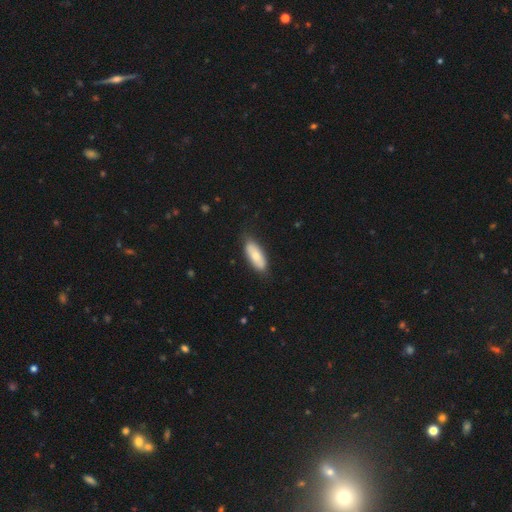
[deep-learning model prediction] Morphology: type=smooth (75%); roundness=in between (75%); merging=none (81%).